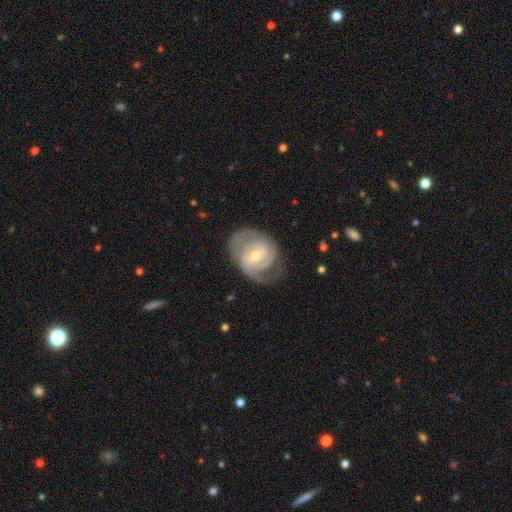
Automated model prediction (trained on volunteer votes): Smooth or featured? featured or disk (82%)
Edge-on disk? no (97%)
Bar? weak (49%)
Spiral arms? yes (92%)
Spiral winding? tight (49%)
Spiral arm count? 2 (59%)
Bulge size? small (49%)
Merging? none (62%)